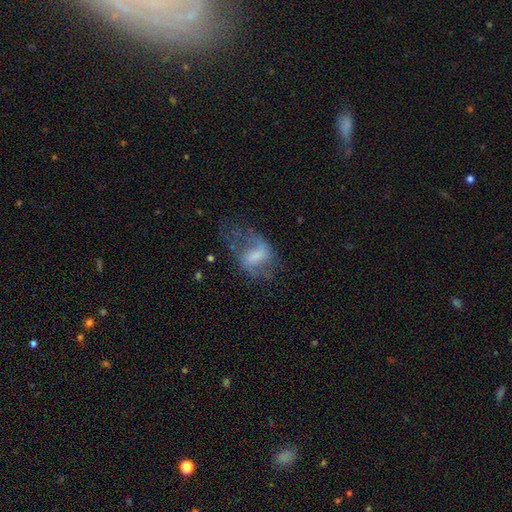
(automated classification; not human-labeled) The model was most divided on "smooth or featured": featured or disk: 50%, smooth: 40%, star or artifact: 10%. Remaining: edge-on disk — no (96%); merging — major disturbance (43%).